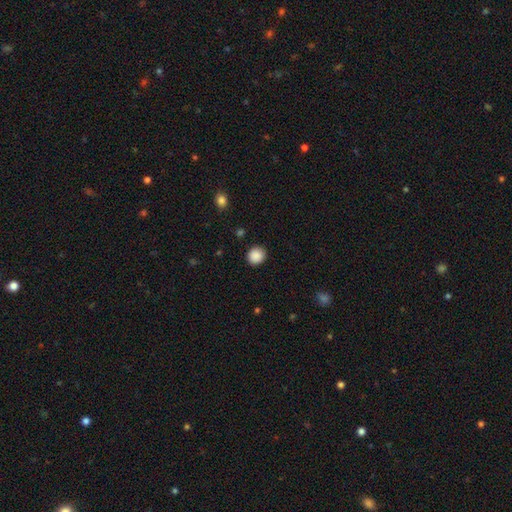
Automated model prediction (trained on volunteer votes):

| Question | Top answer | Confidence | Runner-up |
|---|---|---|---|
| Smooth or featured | smooth | 89% | star or artifact (9%) |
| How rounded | round | 88% | in between (11%) |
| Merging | none | 90% | minor disturbance (7%) |